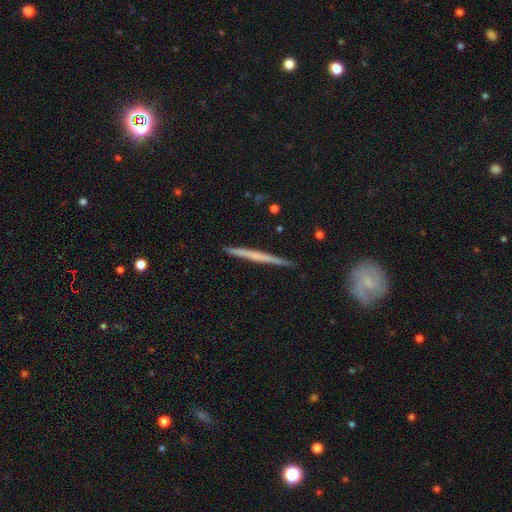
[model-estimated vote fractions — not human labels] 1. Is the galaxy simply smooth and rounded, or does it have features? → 57% featured or disk, 37% smooth, 6% star or artifact.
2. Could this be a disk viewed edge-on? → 97% yes, 3% no.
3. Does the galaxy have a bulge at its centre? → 84% none, 12% rounded, 5% boxy.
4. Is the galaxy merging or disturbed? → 91% none, 7% minor disturbance, 1% major disturbance, 1% merger.